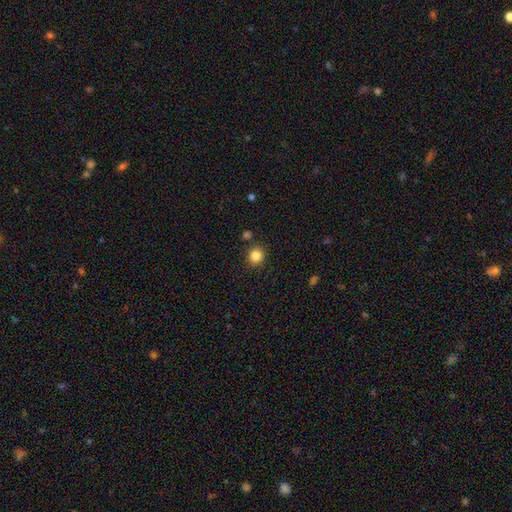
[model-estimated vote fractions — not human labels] Morphology: type=smooth (85%); roundness=round (86%); merging=none (85%).